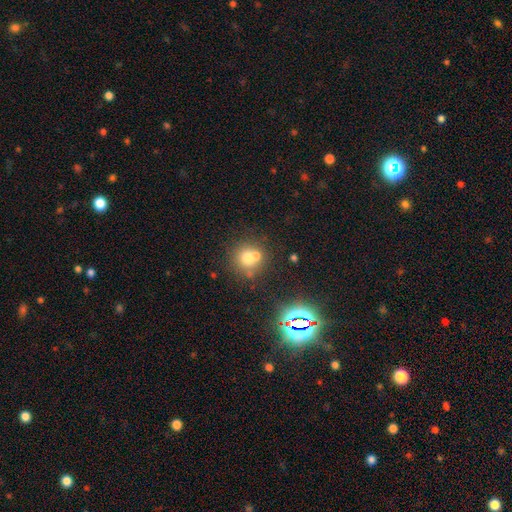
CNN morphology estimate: smooth_or_featured: smooth (p=0.65) [alt: featured or disk p=0.18]
how_rounded: round (p=0.87) [alt: in between p=0.12]
merging: none (p=0.49) [alt: merger p=0.39]